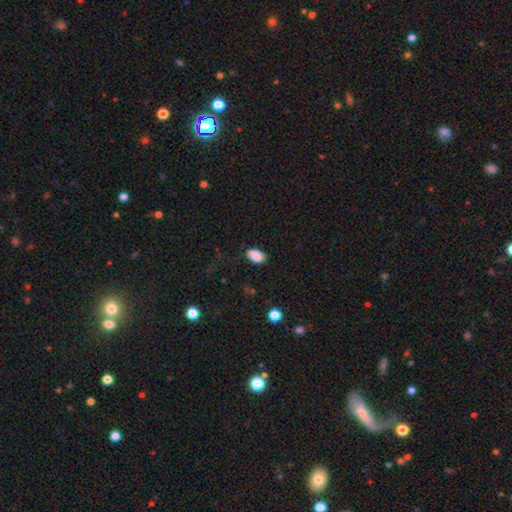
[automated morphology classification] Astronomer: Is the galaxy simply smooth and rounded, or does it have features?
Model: smooth — 88%.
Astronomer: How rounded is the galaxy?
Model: in between — 92%.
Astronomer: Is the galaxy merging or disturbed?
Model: none — 80%.